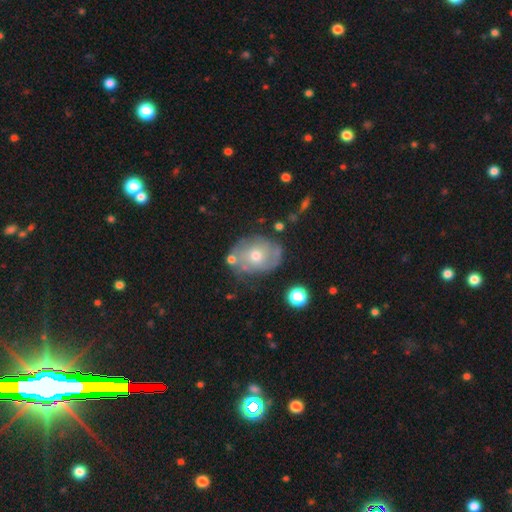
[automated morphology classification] smooth_or_featured: featured or disk (p=0.56) [alt: smooth p=0.35]
disk_edge_on: no (p=0.95) [alt: yes p=0.05]
bar: no (p=0.82) [alt: weak p=0.15]
has_spiral_arms: yes (p=0.59) [alt: no p=0.41]
bulge_size: moderate (p=0.60) [alt: small p=0.35]
merging: none (p=0.65) [alt: minor disturbance p=0.21]